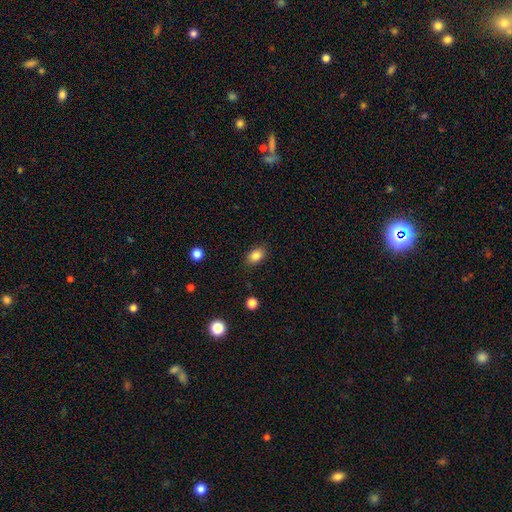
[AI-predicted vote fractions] Smooth or featured?
  - smooth: 85% *
  - star or artifact: 10%
  - featured or disk: 6%
How rounded?
  - in between: 82% *
  - round: 17%
  - cigar-shaped: 1%
Merging?
  - none: 86% *
  - minor disturbance: 10%
  - major disturbance: 3%
  - merger: 1%